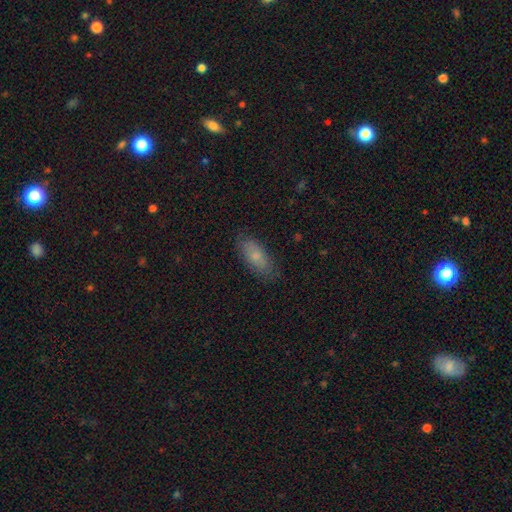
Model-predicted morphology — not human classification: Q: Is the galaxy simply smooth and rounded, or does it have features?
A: smooth — 75%.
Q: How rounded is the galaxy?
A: in between — 81%.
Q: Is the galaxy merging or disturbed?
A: none — 79%.